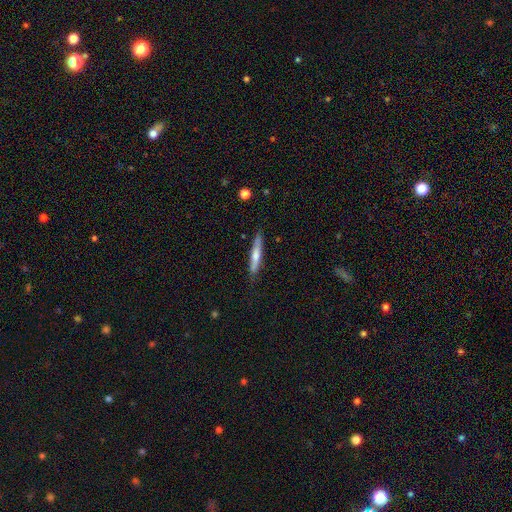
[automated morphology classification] The model was most divided on "smooth or featured" (2-way tie): smooth: 47%, featured or disk: 47%, star or artifact: 6%. More confident: merging — none (83%).